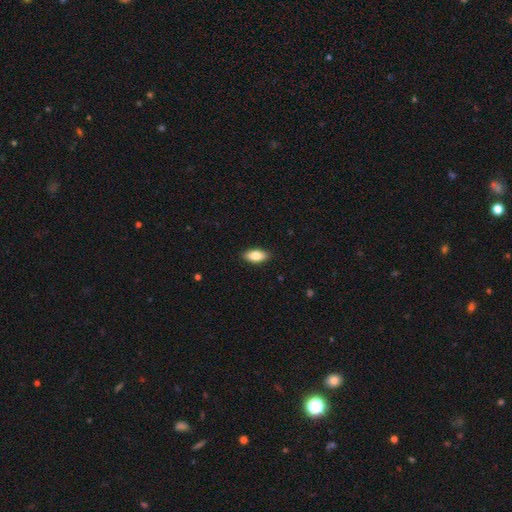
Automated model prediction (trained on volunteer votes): Smooth or featured?
  - smooth: 80% *
  - featured or disk: 13%
  - star or artifact: 7%
How rounded?
  - in between: 87% *
  - cigar-shaped: 10%
  - round: 3%
Merging?
  - none: 89% *
  - minor disturbance: 9%
  - major disturbance: 2%
  - merger: 1%